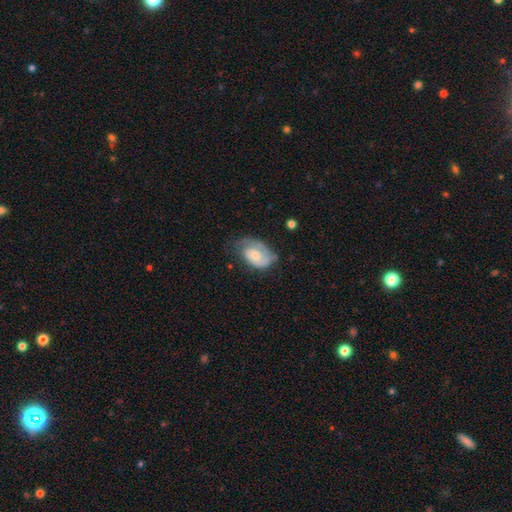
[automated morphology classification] smooth-or-featured: featured or disk: 55% | smooth: 38% | star or artifact: 6%
  disk-edge-on: no: 96% | yes: 4%
    bar: no: 71% | weak: 25% | strong: 4%
    has-spiral-arms: yes: 81% | no: 19%
    bulge-size: moderate: 44% (tied) | small: 44% (tied) | large: 5% | none: 5% | dominant: 1%
  merging: none: 47% | minor disturbance: 31% | major disturbance: 19% | merger: 2%